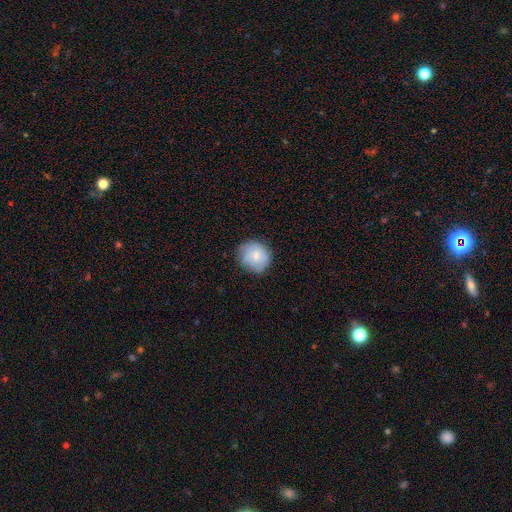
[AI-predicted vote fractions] smooth-or-featured: smooth: 79% | featured or disk: 14% | star or artifact: 7%
  how-rounded: round: 81% | in between: 18% | cigar-shaped: 1%
  merging: none: 76% | minor disturbance: 19% | major disturbance: 4% | merger: 1%